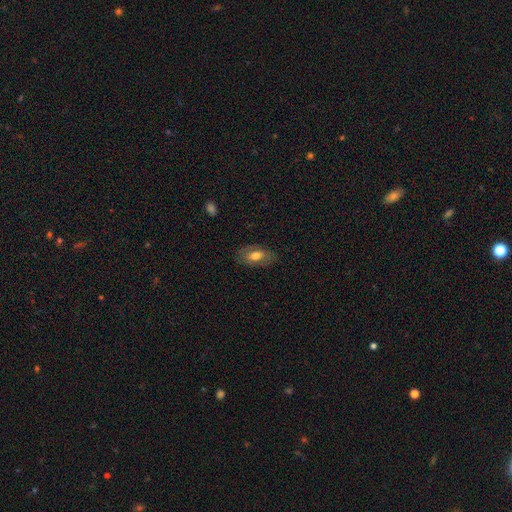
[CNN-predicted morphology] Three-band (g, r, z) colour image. It shows a smooth galaxy with no disk features (63%) that is in between round and cigar-shaped (91%). Merging: none (79%).